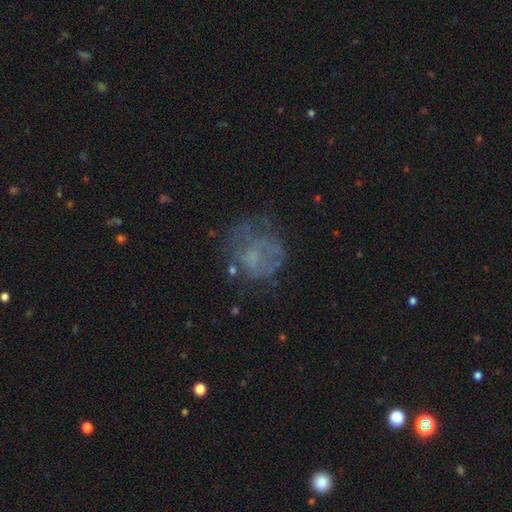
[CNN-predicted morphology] This is marginally a featured or disk galaxy (45%). Merging: possibly none (53%).